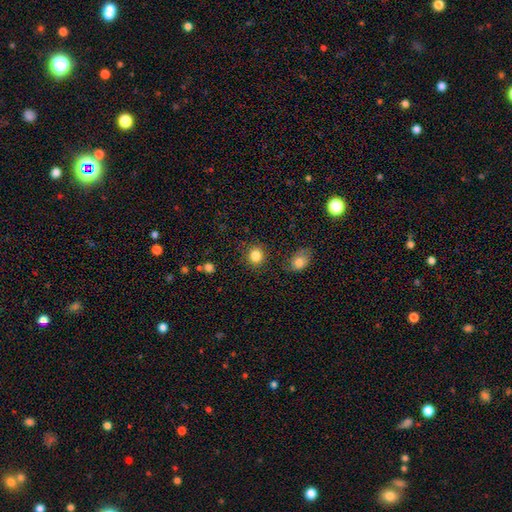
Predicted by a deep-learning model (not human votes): smooth_or_featured: smooth (p=0.85) [alt: star or artifact p=0.10]
how_rounded: round (p=0.85) [alt: in between p=0.14]
merging: none (p=0.87) [alt: minor disturbance p=0.08]